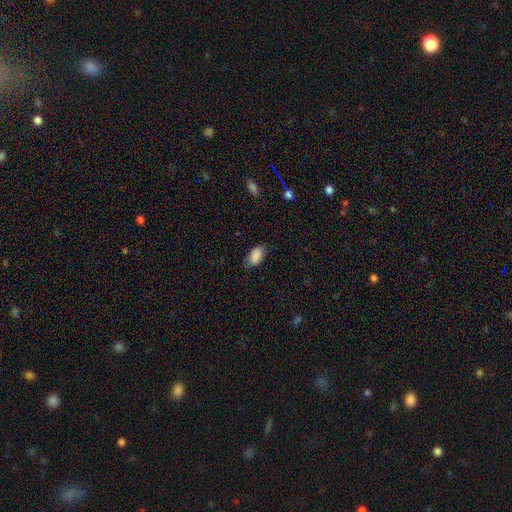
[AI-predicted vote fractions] Morphology: type=smooth (88%); roundness=in between (92%); merging=none (72%).